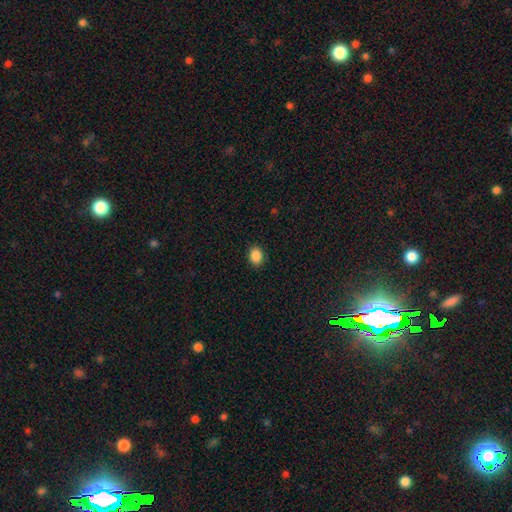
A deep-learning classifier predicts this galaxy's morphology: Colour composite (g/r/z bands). It shows a smooth galaxy with no disk features (88%) that is in between round and cigar-shaped (57%). Merging: none (89%).